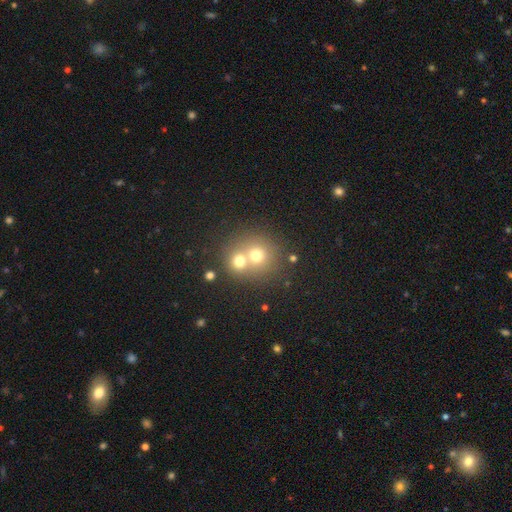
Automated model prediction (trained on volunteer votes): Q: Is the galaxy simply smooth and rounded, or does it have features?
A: smooth — 67%.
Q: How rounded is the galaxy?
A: round — 84%.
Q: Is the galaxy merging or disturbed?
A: merger — 57%.